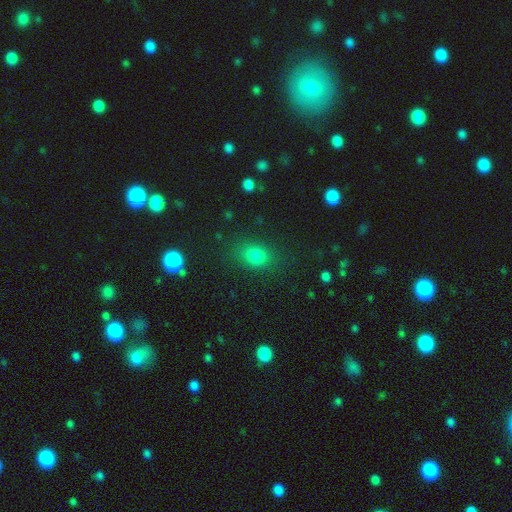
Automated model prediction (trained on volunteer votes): Smooth or featured? Predicted: smooth (p=0.79). How rounded? Predicted: in between (p=0.60). Merging? Predicted: none (p=0.80).